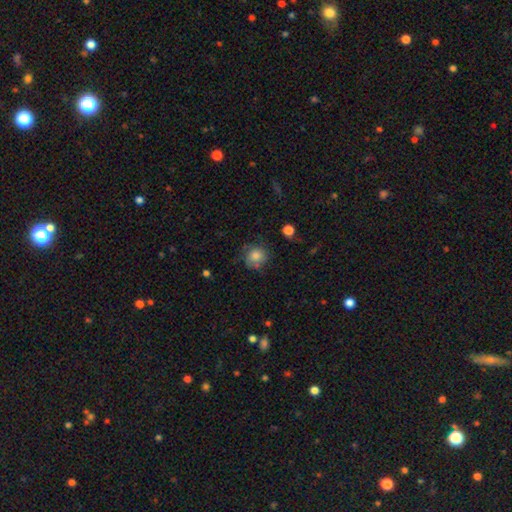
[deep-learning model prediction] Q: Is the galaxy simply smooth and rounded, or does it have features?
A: smooth — 79%.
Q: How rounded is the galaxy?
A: round — 86%.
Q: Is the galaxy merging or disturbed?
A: none — 68%.